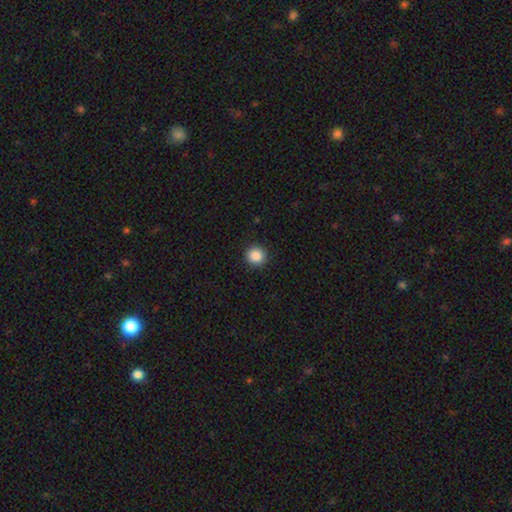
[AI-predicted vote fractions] The model was most divided on "smooth or featured": smooth: 87%, star or artifact: 10%, featured or disk: 3%. More confident: how rounded — round (94%); merging — none (92%).